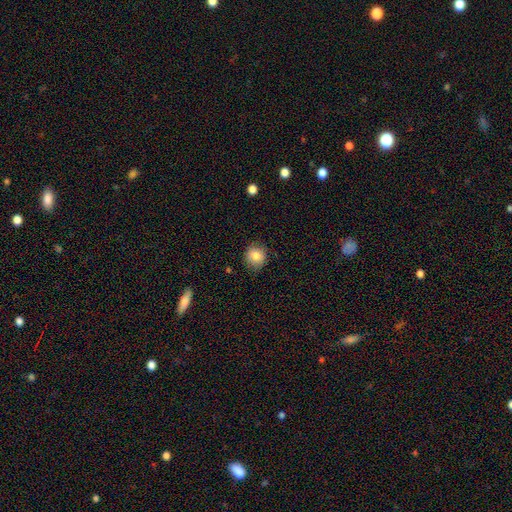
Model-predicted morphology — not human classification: A smooth galaxy with no disk features (81%) that is round (86%). Merging: none (81%).